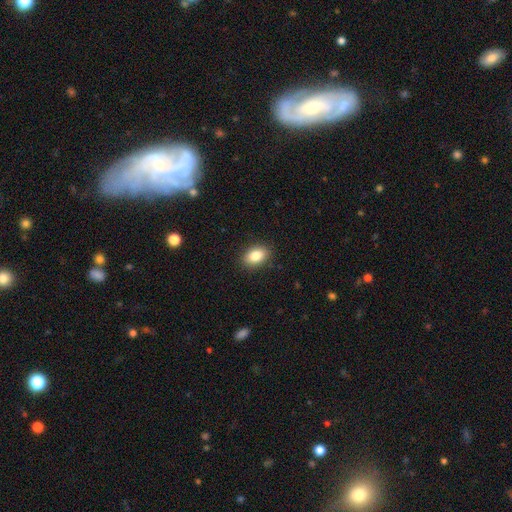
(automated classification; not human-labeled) Morphology: type=smooth (85%); roundness=in between (84%); merging=none (89%).